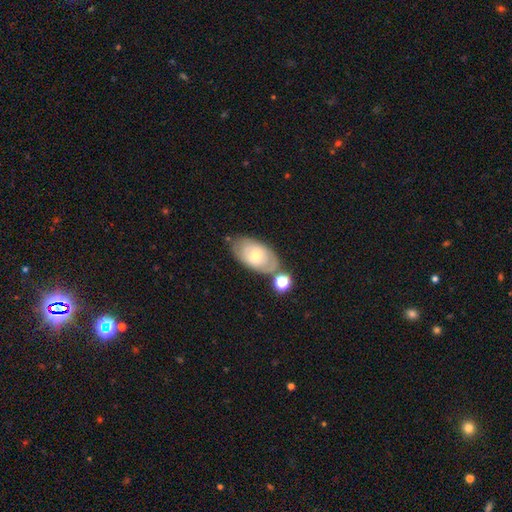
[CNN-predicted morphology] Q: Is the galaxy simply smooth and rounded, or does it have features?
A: featured or disk — 47%.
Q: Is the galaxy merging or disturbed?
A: none — 61%.